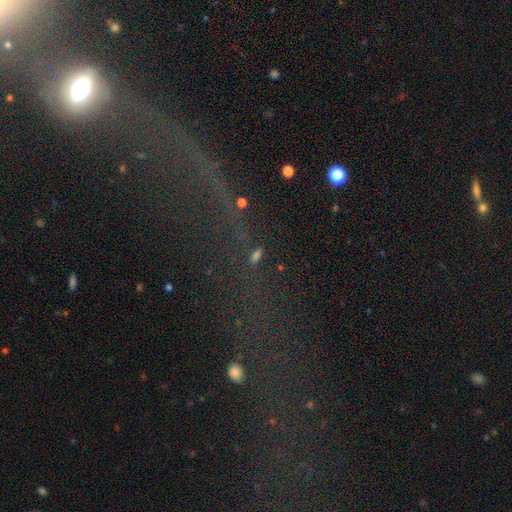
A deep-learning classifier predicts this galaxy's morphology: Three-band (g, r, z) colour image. It shows a star or artifact, not a galaxy (53%).